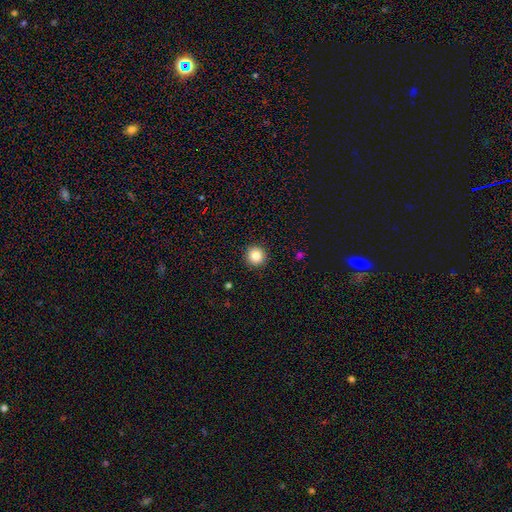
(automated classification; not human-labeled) Smooth or featured? Predicted: smooth (p=0.85). How rounded? Predicted: round (p=0.95). Merging? Predicted: none (p=0.93).